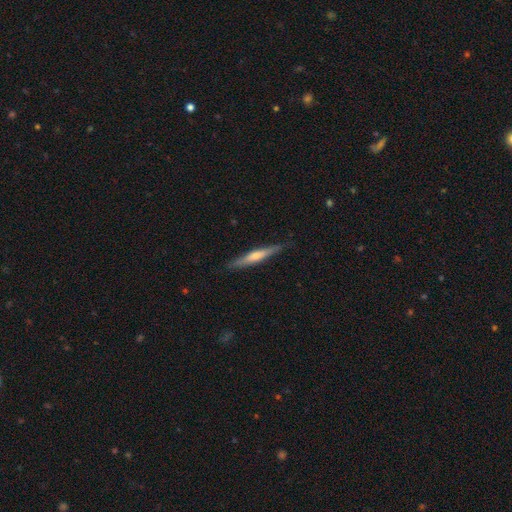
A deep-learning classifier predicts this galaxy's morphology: Smooth or featured? featured or disk (60%)
Edge-on disk? yes (96%)
Edge-on bulge? rounded (68%)
Merging? none (88%)